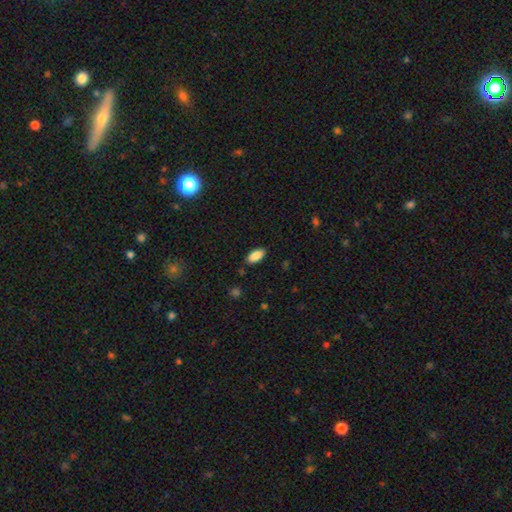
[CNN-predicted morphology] This appears to be a smooth galaxy with no disk features (88%) that is in between round and cigar-shaped (90%). Merging: none (87%).